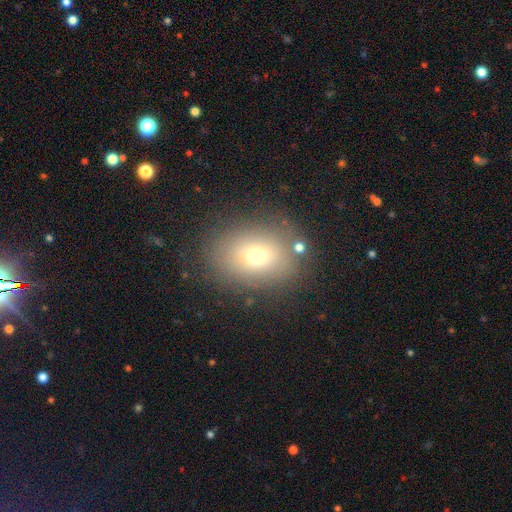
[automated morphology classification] This is likely a smooth galaxy (69%). How rounded: likely in between (61%). Merging: likely none (79%).